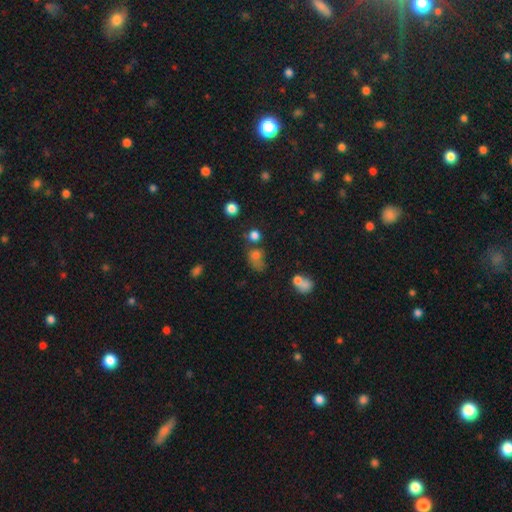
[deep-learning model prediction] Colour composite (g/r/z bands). It shows a smooth galaxy with no disk features (67%) that is in between round and cigar-shaped (52%). Merging: none (38%).